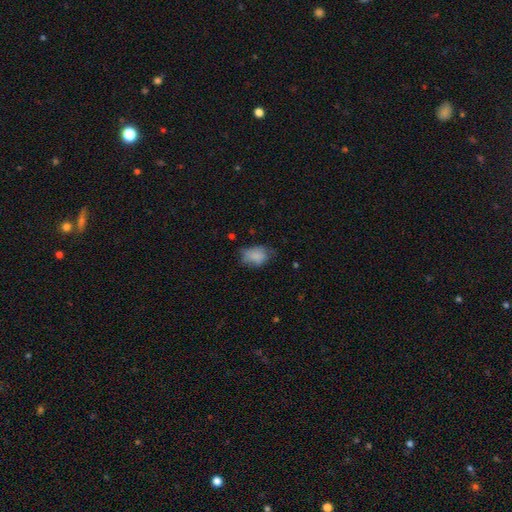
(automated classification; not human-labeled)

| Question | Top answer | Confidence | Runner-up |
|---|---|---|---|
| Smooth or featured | smooth | 79% | featured or disk (12%) |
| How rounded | in between | 77% | round (21%) |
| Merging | none | 46% | minor disturbance (37%) |